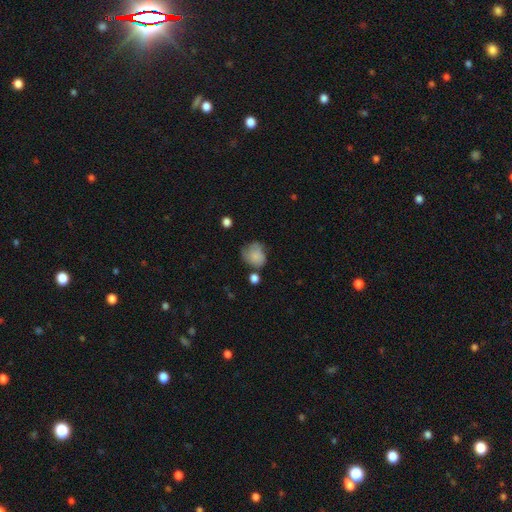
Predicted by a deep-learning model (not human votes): Smooth or featured? smooth (76%)
How rounded? round (64%)
Merging? none (44%)